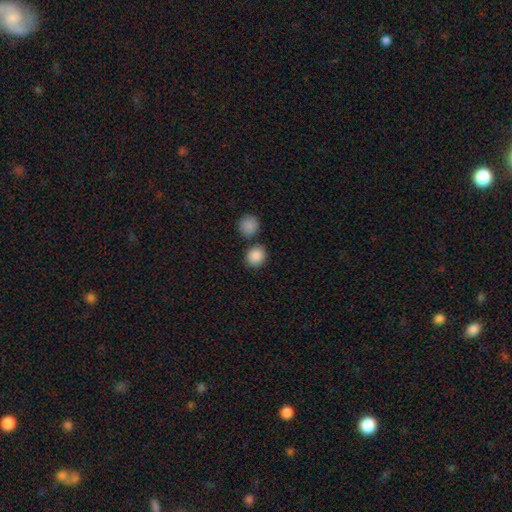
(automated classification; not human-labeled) Q: Smooth or featured?
A: smooth (88%); runner-up: star or artifact (9%)
Q: How rounded?
A: round (76%); runner-up: in between (22%)
Q: Merging?
A: none (75%); runner-up: merger (13%)